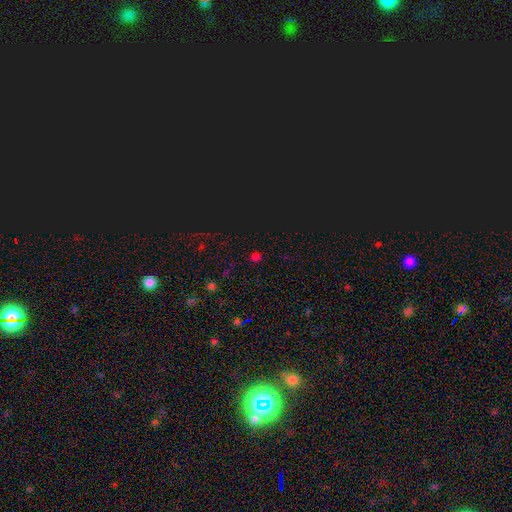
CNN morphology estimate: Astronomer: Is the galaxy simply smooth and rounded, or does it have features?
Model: smooth — 52% (runner-up: star or artifact, 43%).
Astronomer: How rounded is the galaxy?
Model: round — 83%.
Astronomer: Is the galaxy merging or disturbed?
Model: none — 86%.